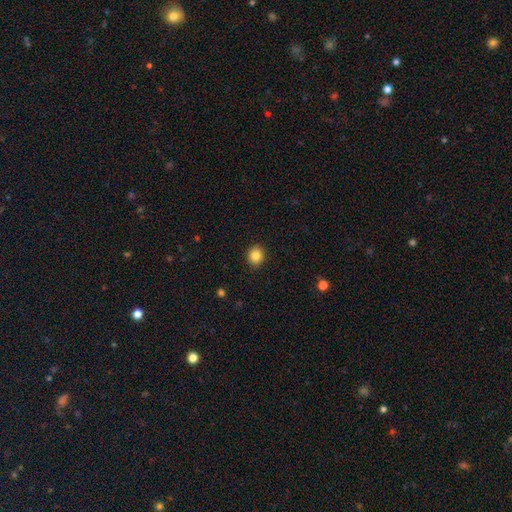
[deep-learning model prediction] Morphology: type=smooth (84%); roundness=round (77%); merging=none (91%).